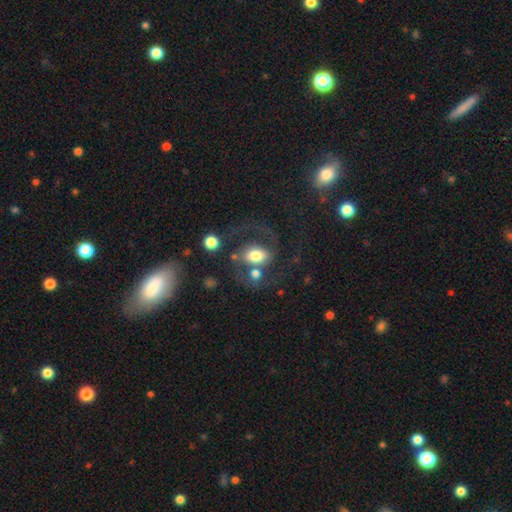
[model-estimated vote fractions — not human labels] featured or disk 48%, smooth 43%, star or artifact 9%. Down the decision tree: merging — none (37%).